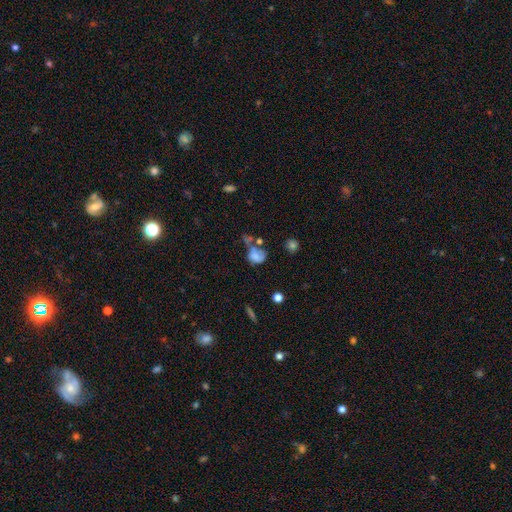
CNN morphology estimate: Smooth or featured? Predicted: smooth (p=0.63). How rounded? Predicted: round (p=0.50). Merging? Predicted: major disturbance (p=0.27).